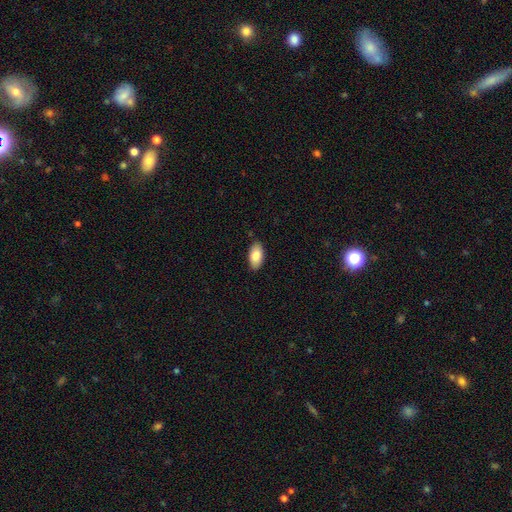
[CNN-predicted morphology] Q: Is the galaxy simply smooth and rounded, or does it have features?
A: smooth — 83%.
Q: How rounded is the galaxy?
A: in between — 94%.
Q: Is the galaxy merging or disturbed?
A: none — 87%.